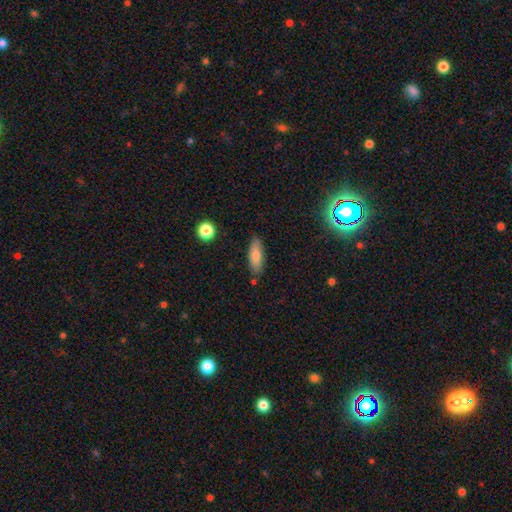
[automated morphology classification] The model was most divided on "how rounded": in between: 63%, cigar-shaped: 35%, round: 2%. More confident: merging — none (81%); smooth or featured — smooth (78%).